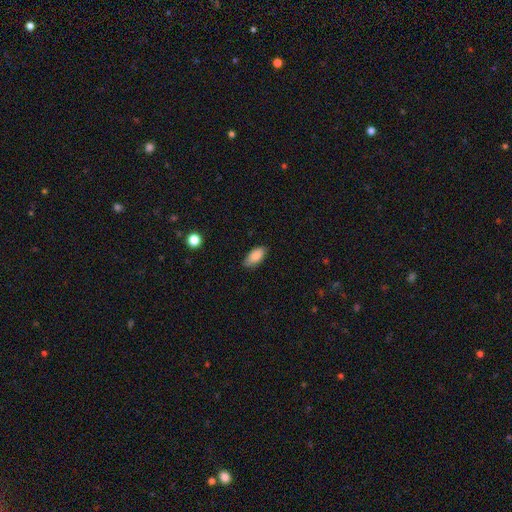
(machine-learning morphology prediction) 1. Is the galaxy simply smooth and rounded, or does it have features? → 87% smooth, 7% star or artifact, 6% featured or disk.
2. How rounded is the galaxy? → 92% in between, 6% cigar-shaped, 3% round.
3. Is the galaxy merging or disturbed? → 78% none, 18% minor disturbance, 3% major disturbance, 1% merger.